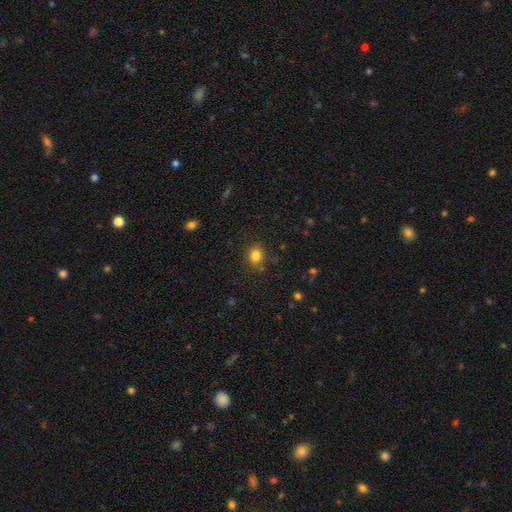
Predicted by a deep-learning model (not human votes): smooth_or_featured: smooth (p=0.82) [alt: star or artifact p=0.12]
how_rounded: round (p=0.64) [alt: in between p=0.35]
merging: none (p=0.82) [alt: minor disturbance p=0.12]